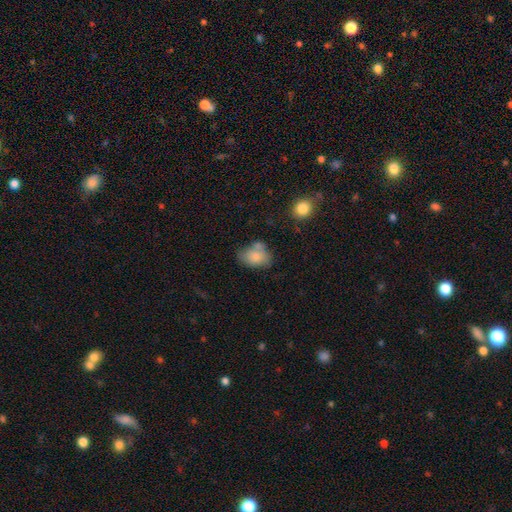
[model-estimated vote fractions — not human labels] This appears to be a smooth galaxy with no disk features (81%) that is in between round and cigar-shaped (73%). Merging: none (48%).